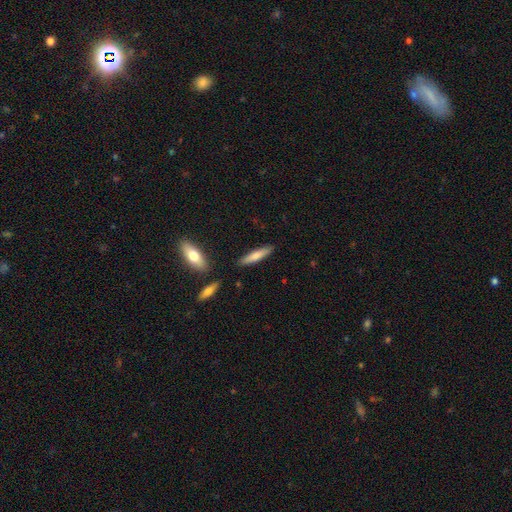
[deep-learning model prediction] A smooth galaxy with no disk features (70%) that is cigar-shaped (82%).

Vote fractions:
- Smooth or featured? smooth: 70% / featured or disk: 24% / star or artifact: 6%
- How rounded? cigar-shaped: 82% / in between: 16% / round: 2%
- Merging? none: 85% / minor disturbance: 9% / merger: 4% / major disturbance: 2%